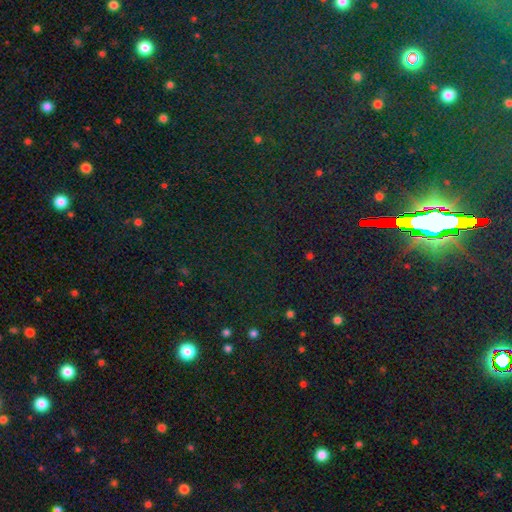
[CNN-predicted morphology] star or artifact 83%, smooth 9%, featured or disk 8%.